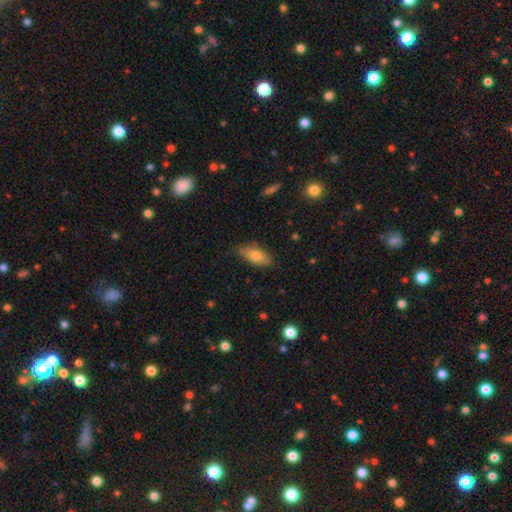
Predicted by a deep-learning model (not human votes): smooth-or-featured: smooth: 74% | featured or disk: 19% | star or artifact: 7%
  how-rounded: in between: 85% | cigar-shaped: 12% | round: 3%
  merging: none: 77% | minor disturbance: 19% | major disturbance: 3% | merger: 1%